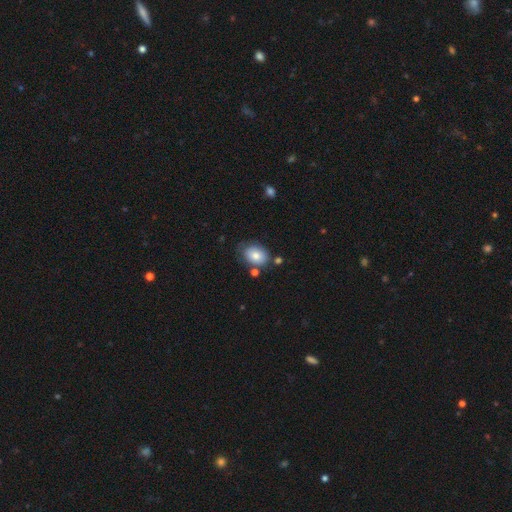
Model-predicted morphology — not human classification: Smooth or featured?
  - smooth: 79% *
  - featured or disk: 13%
  - star or artifact: 8%
How rounded?
  - in between: 71% *
  - round: 28%
  - cigar-shaped: 1%
Merging?
  - none: 69% *
  - minor disturbance: 19%
  - merger: 7%
  - major disturbance: 5%